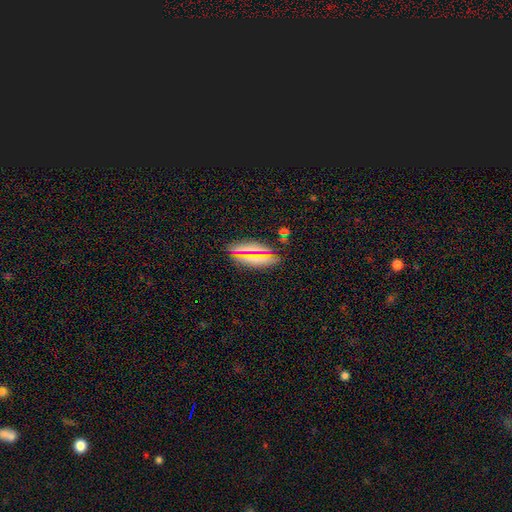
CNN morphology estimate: A smooth galaxy with no disk features (68%) that is in between round and cigar-shaped (67%). Merging: none (79%).